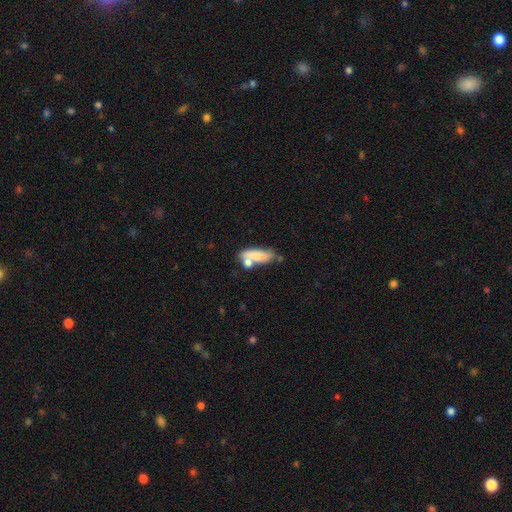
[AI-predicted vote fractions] Smooth or featured?
  - smooth: 73% *
  - featured or disk: 20%
  - star or artifact: 8%
How rounded?
  - in between: 57% *
  - cigar-shaped: 39%
  - round: 4%
Merging?
  - none: 43% *
  - merger: 31%
  - minor disturbance: 18%
  - major disturbance: 8%